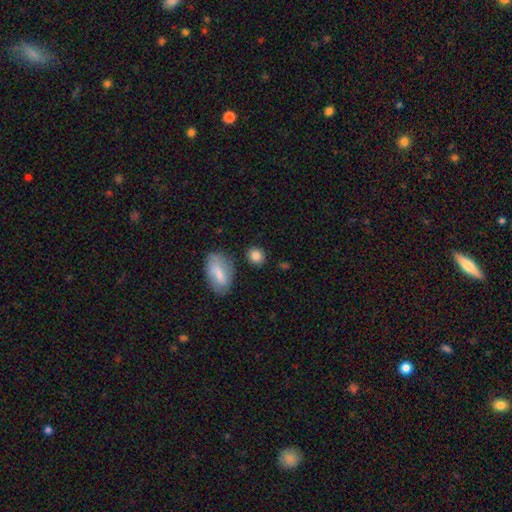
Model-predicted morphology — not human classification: The model was most divided on "how rounded": round: 67%, in between: 31%, cigar-shaped: 2%. More confident: smooth or featured — smooth (84%); merging — none (79%).